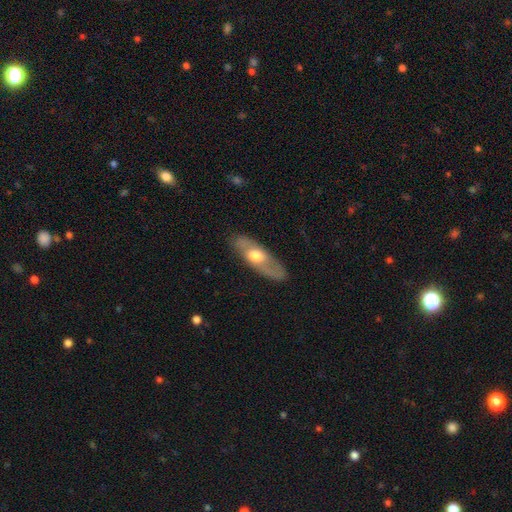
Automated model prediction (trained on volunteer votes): This is possibly a featured or disk galaxy (50%). Merging: clearly none (82%).